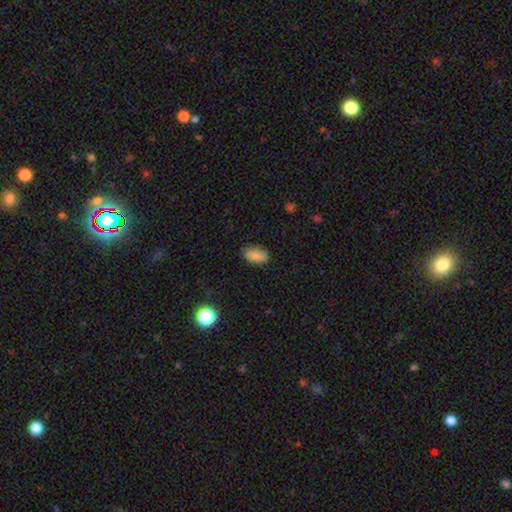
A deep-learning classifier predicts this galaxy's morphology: Q: Smooth or featured?
A: smooth (85%); runner-up: star or artifact (9%)
Q: How rounded?
A: in between (92%); runner-up: round (5%)
Q: Merging?
A: none (79%); runner-up: minor disturbance (17%)